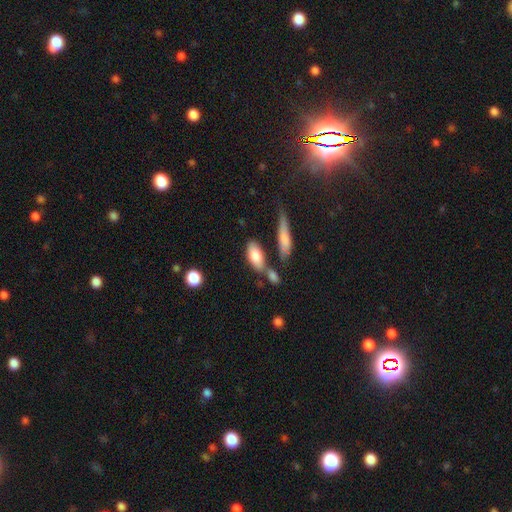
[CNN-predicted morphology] Smooth or featured? Predicted: smooth (p=0.79). How rounded? Predicted: in between (p=0.83). Merging? Predicted: none (p=0.54).